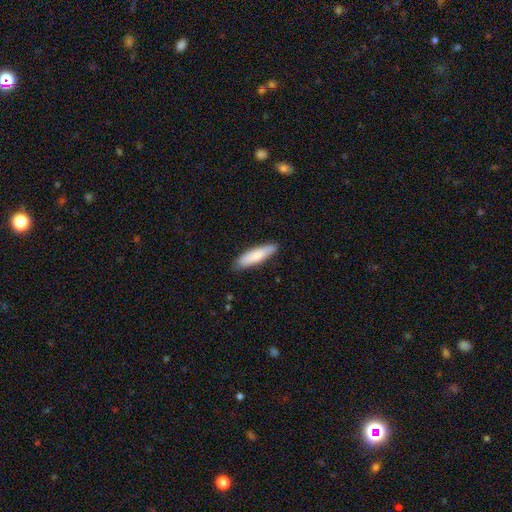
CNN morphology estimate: Smooth or featured? smooth (82%)
How rounded? cigar-shaped (71%)
Merging? none (85%)